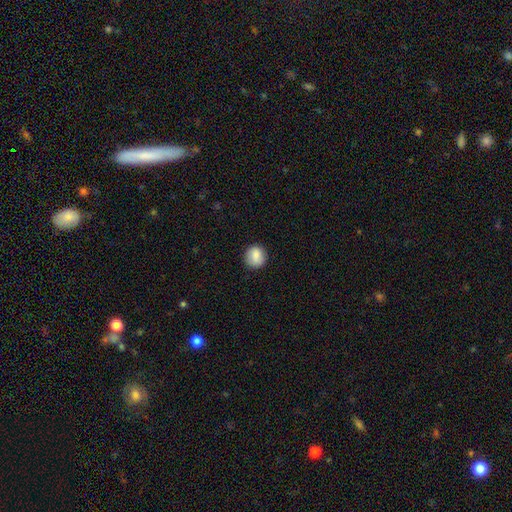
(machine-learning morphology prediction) smooth_or_featured: smooth (p=0.86) [alt: star or artifact p=0.08]
how_rounded: round (p=0.87) [alt: in between p=0.12]
merging: none (p=0.85) [alt: minor disturbance p=0.12]